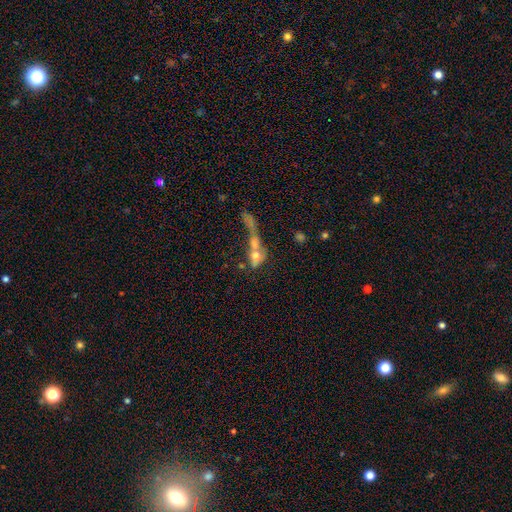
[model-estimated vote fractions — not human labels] Smooth or featured?
  - smooth: 54% *
  - featured or disk: 33%
  - star or artifact: 13%
How rounded?
  - in between: 56% *
  - round: 30%
  - cigar-shaped: 15%
Merging?
  - merger: 64% *
  - major disturbance: 16%
  - none: 13%
  - minor disturbance: 7%